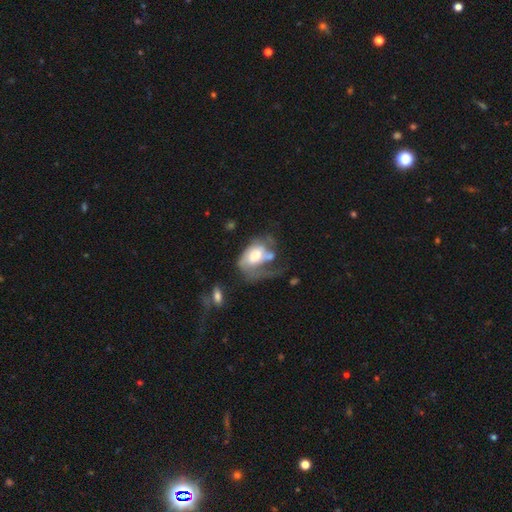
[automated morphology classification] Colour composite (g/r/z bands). It shows a featured or disk galaxy (51%). Merging: major disturbance (51%).